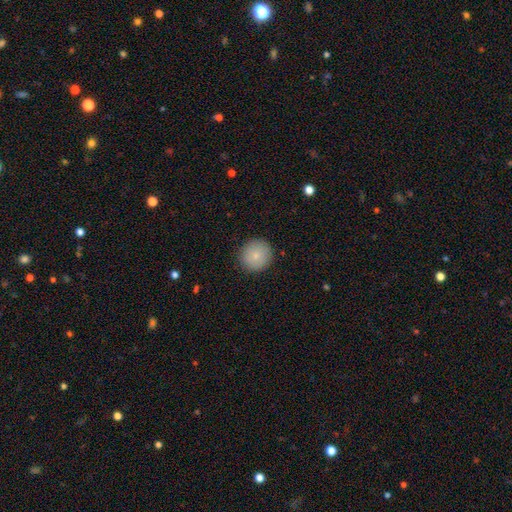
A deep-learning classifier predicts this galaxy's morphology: Smooth or featured? Predicted: smooth (p=0.82). How rounded? Predicted: round (p=0.94). Merging? Predicted: none (p=0.90).